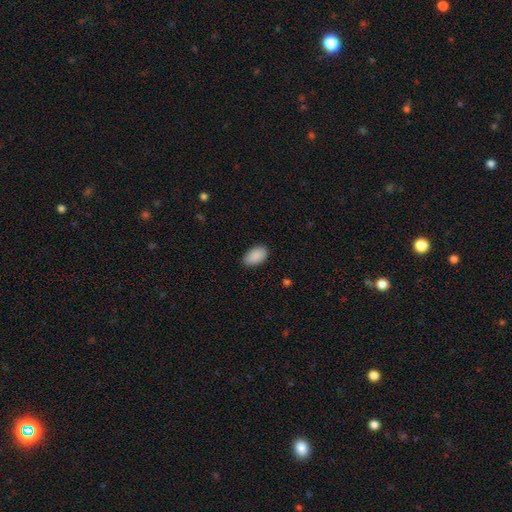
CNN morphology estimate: A smooth galaxy with no disk features (91%) that is in between round and cigar-shaped (94%). Merging: none (82%).